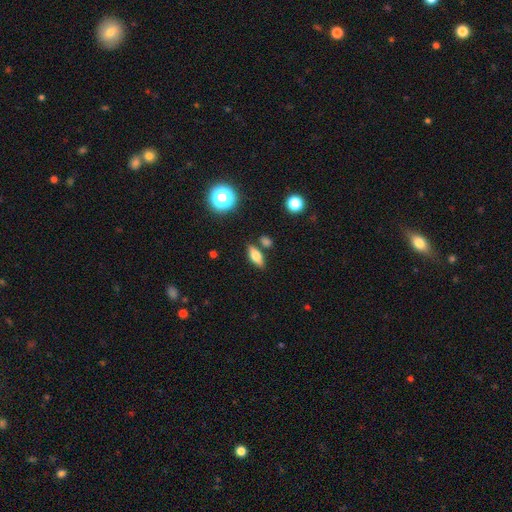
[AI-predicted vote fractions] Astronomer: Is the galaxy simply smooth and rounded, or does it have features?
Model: smooth — 65%.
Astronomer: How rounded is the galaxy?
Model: in between — 73%.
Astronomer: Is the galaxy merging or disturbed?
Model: none — 79%.